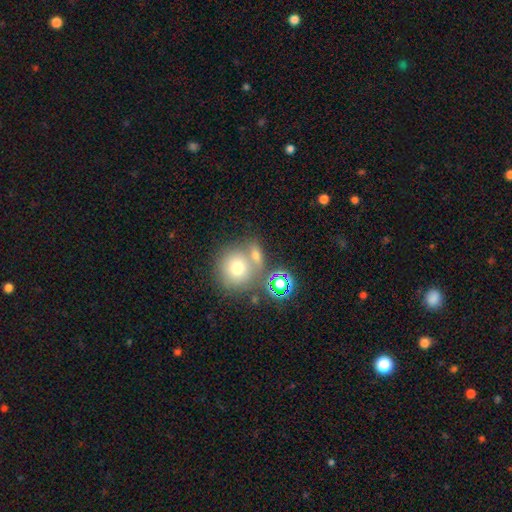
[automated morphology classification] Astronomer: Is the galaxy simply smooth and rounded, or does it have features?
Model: smooth — 67%.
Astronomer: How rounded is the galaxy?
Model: round — 74%.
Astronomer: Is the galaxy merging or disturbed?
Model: none — 52% (runner-up: merger, 33%).